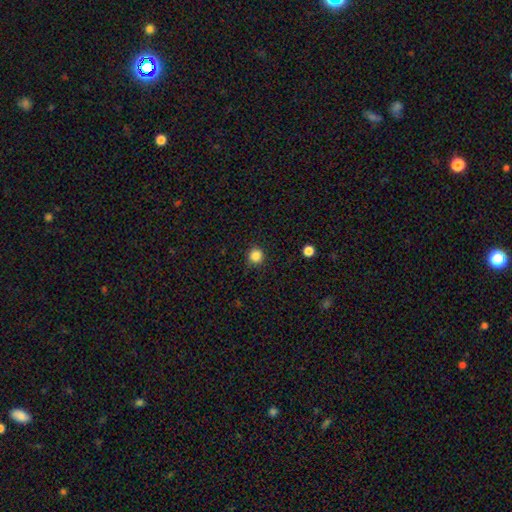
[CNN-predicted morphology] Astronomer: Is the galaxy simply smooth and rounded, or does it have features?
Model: smooth — 85%.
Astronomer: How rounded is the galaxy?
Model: round — 94%.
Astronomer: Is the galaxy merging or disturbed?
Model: none — 90%.